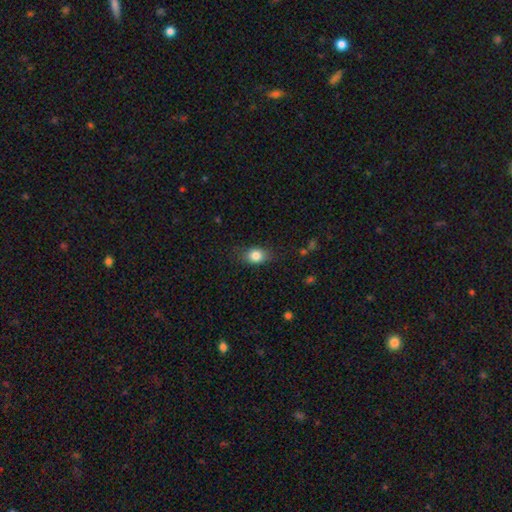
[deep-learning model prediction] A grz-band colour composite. It shows a smooth galaxy with no disk features (83%) that is in between round and cigar-shaped (62%). Merging: none (78%).